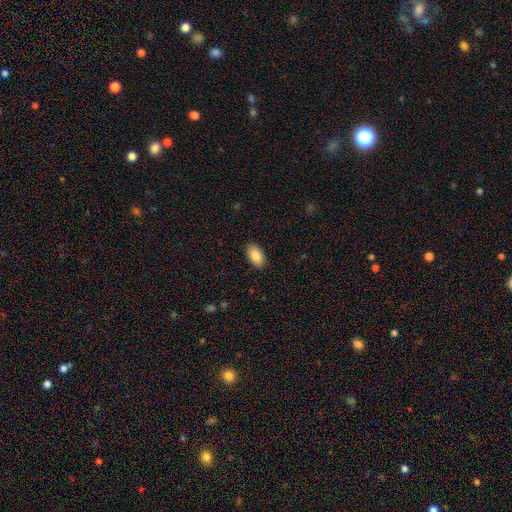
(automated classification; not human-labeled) Smooth or featured? Predicted: smooth (p=0.86). How rounded? Predicted: in between (p=0.94). Merging? Predicted: none (p=0.89).